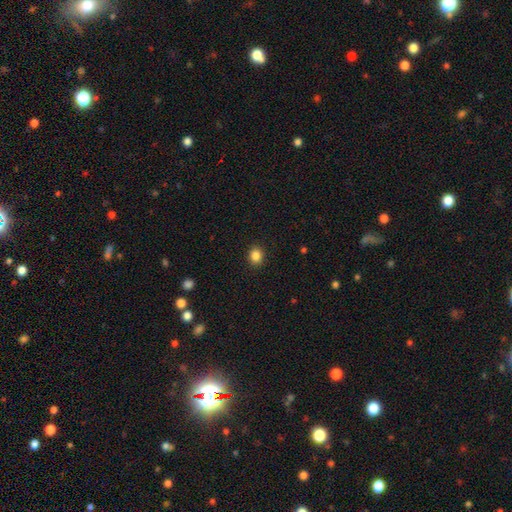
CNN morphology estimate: smooth 86%, star or artifact 10%, featured or disk 4%. Down the decision tree: how rounded — round (66%); merging — none (91%).